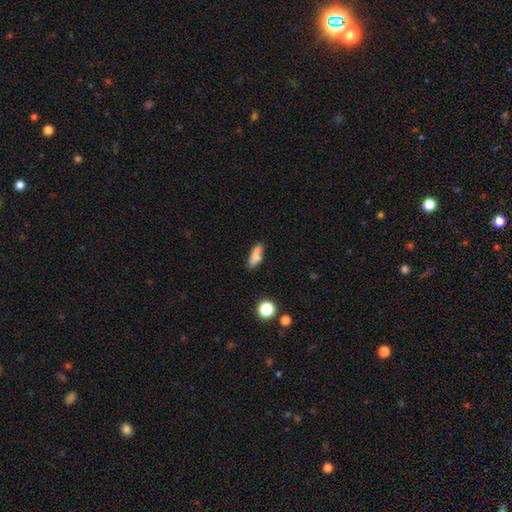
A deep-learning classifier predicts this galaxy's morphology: This is likely a smooth galaxy (70%). How rounded: likely in between (64%). Merging: possibly none (51%).